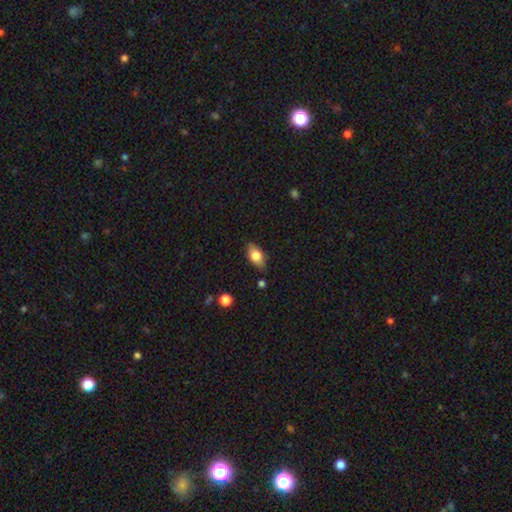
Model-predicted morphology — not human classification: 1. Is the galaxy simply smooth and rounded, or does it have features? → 75% smooth, 18% featured or disk, 7% star or artifact.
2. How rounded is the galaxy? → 87% in between, 7% round, 6% cigar-shaped.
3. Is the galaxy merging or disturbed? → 82% none, 14% minor disturbance, 3% major disturbance, 2% merger.